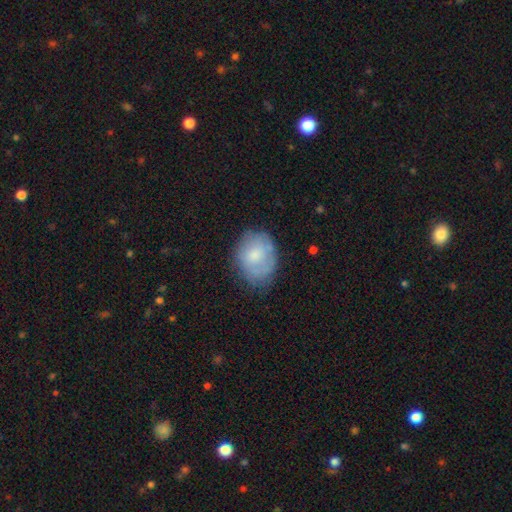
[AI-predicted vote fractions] A smooth galaxy with no disk features (65%) that is in between round and cigar-shaped (60%).

Vote fractions:
- Smooth or featured? smooth: 65% / featured or disk: 28% / star or artifact: 7%
- How rounded? in between: 60% / round: 39% / cigar-shaped: 1%
- Merging? none: 62% / minor disturbance: 27% / major disturbance: 9% / merger: 2%